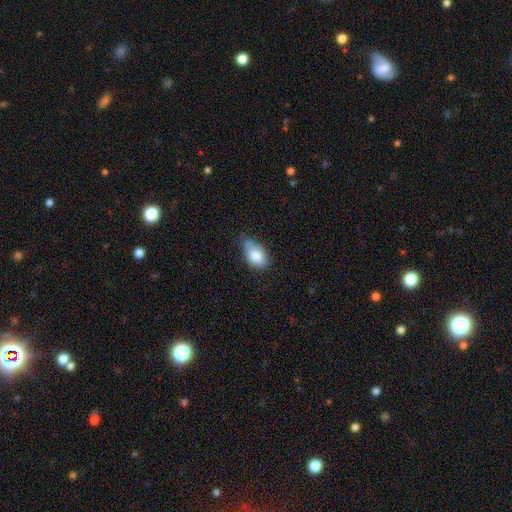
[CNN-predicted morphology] smooth 78%, featured or disk 14%, star or artifact 8%. Down the decision tree: how rounded — in between (86%); merging — minor disturbance (42%).